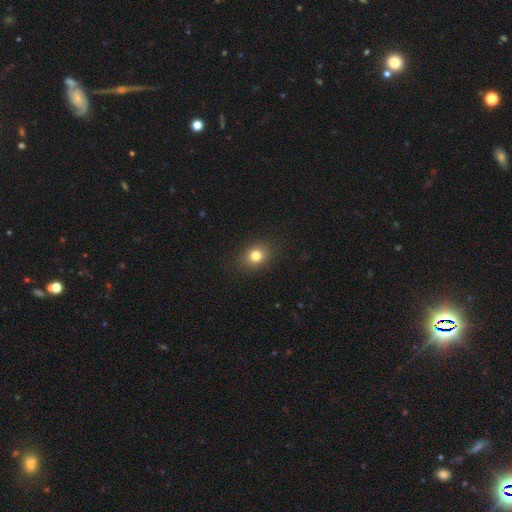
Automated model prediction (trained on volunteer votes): smooth 79%, star or artifact 13%, featured or disk 8%. Down the decision tree: how rounded — round (53%); merging — none (88%).